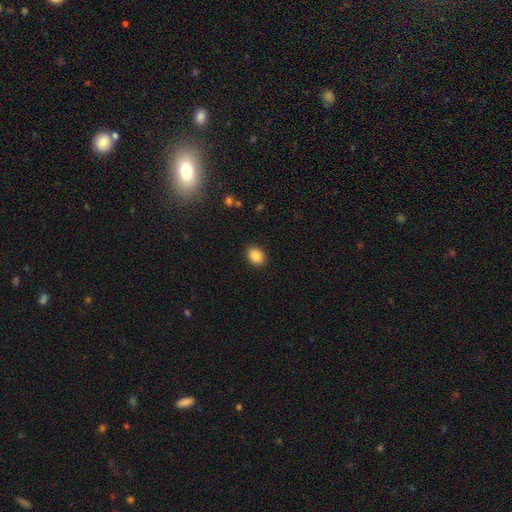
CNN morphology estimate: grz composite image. It shows a smooth galaxy with no disk features (88%) that is in between round and cigar-shaped (64%). Merging: none (89%).